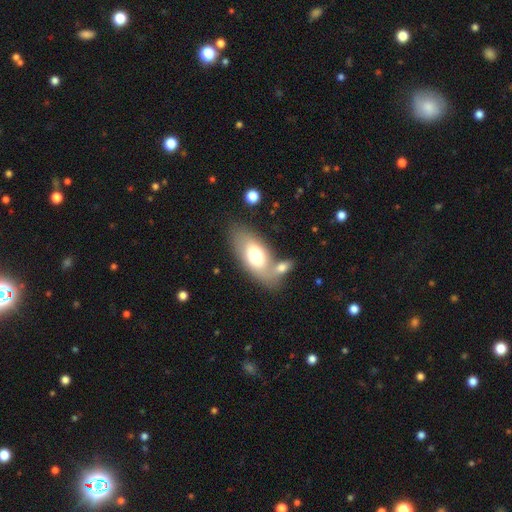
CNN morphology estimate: Smooth or featured? Predicted: smooth (p=0.66). How rounded? Predicted: in between (p=0.90). Merging? Predicted: none (p=0.51).